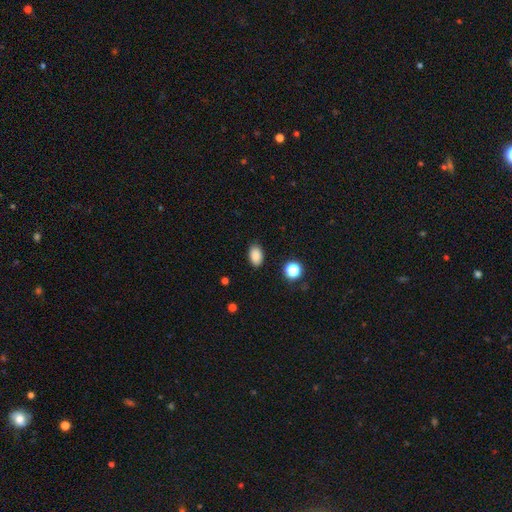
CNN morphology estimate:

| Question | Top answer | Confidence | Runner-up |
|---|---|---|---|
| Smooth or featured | smooth | 86% | star or artifact (10%) |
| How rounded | in between | 88% | round (11%) |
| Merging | none | 86% | minor disturbance (10%) |